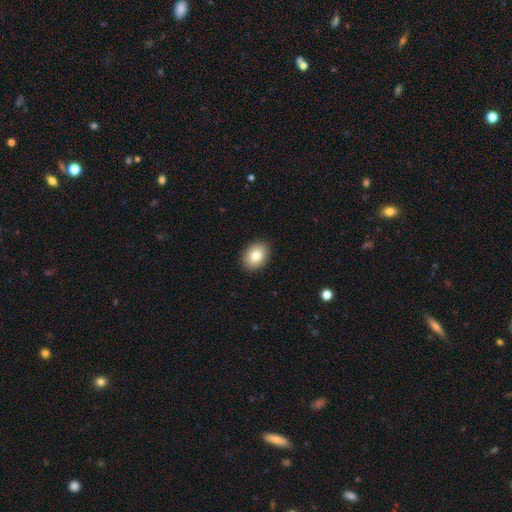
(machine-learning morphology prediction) type=smooth (82%); roundness=in between (64%); merging=none (90%).